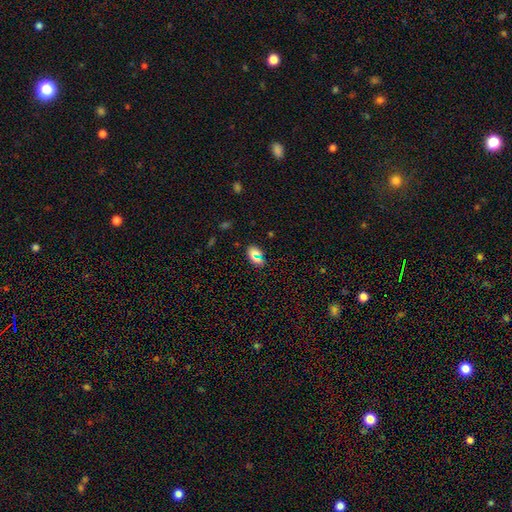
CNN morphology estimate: smooth_or_featured: smooth (p=0.66) [alt: star or artifact p=0.25]
how_rounded: in between (p=0.78) [alt: round p=0.18]
merging: none (p=0.80) [alt: minor disturbance p=0.12]